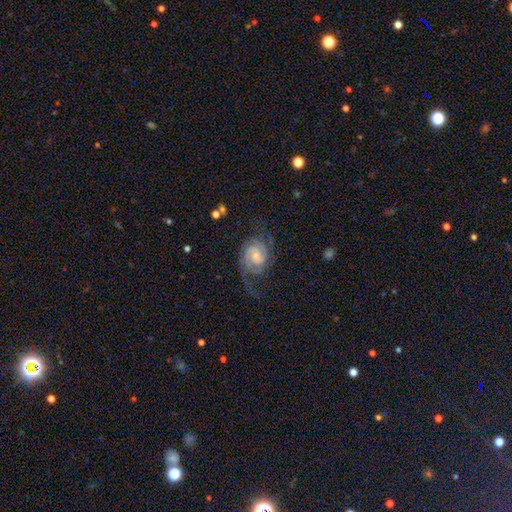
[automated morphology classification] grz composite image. It shows a featured or disk galaxy (88%) with no bar (57%), 2 (74%) tight (52%) spiral arms (98%) and a small central bulge (59%). Merging: none (62%).